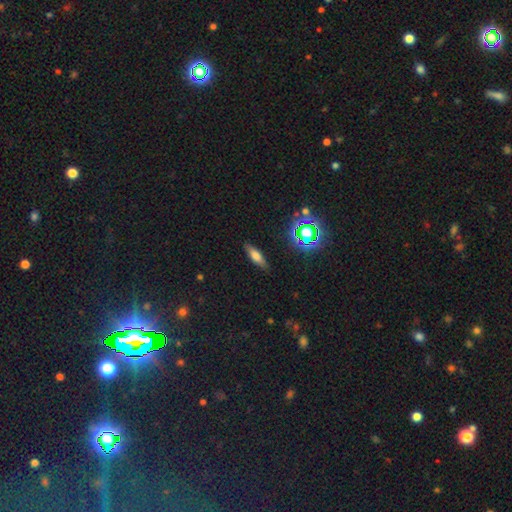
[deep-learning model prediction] Smooth or featured? smooth (60%)
How rounded? cigar-shaped (52%)
Merging? none (85%)